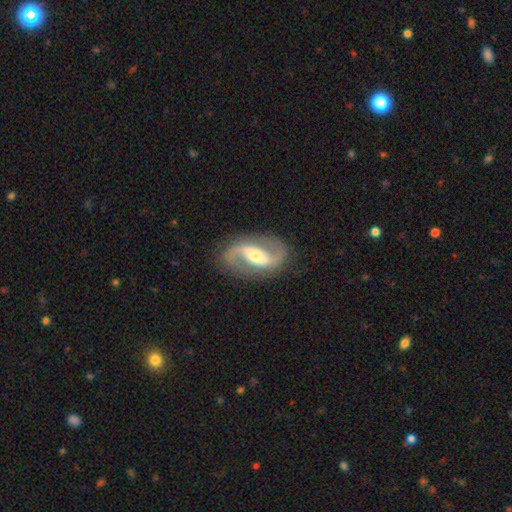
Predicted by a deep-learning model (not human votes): Q: Smooth or featured?
A: featured or disk (89%); runner-up: smooth (6%)
Q: Edge-on disk?
A: no (97%); runner-up: yes (3%)
Q: Bar?
A: strong (42%); runner-up: weak (38%)
Q: Spiral arms?
A: yes (97%); runner-up: no (3%)
Q: Spiral winding?
A: medium (45%); runner-up: loose (43%)
Q: Spiral arm count?
A: 2 (94%); runner-up: can't tell (2%)
Q: Bulge size?
A: moderate (58%); runner-up: small (29%)
Q: Merging?
A: none (85%); runner-up: minor disturbance (10%)